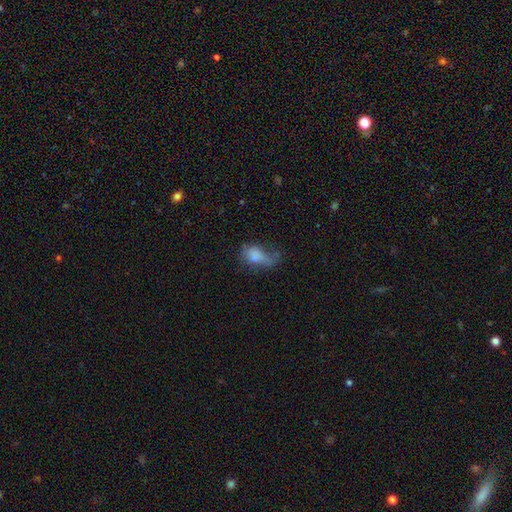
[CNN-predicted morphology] A smooth galaxy with no disk features (68%) that is in between round and cigar-shaped (85%). Merging: major disturbance (47%).